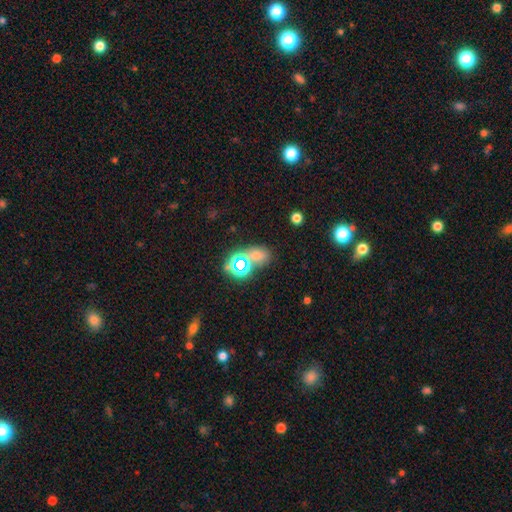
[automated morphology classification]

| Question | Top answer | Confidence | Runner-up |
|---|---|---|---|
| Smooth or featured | smooth | 50% | star or artifact (41%) |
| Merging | none | 57% | merger (21%) |